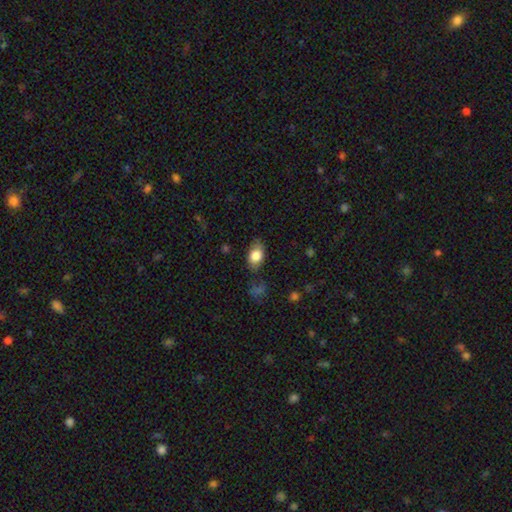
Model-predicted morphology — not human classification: A smooth galaxy with no disk features (80%) that is in between round and cigar-shaped (84%).

Vote fractions:
- Smooth or featured? smooth: 80% / featured or disk: 13% / star or artifact: 7%
- How rounded? in between: 84% / round: 14% / cigar-shaped: 2%
- Merging? none: 71% / minor disturbance: 20% / major disturbance: 6% / merger: 2%